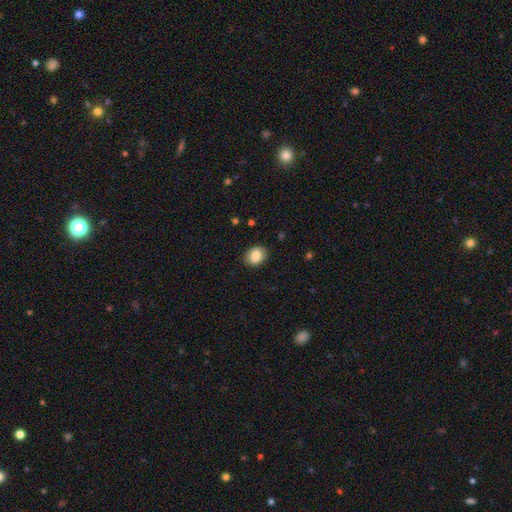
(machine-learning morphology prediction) The model was most divided on "how rounded": in between: 59%, round: 40%, cigar-shaped: 1%. More confident: merging — none (88%); smooth or featured — smooth (85%).